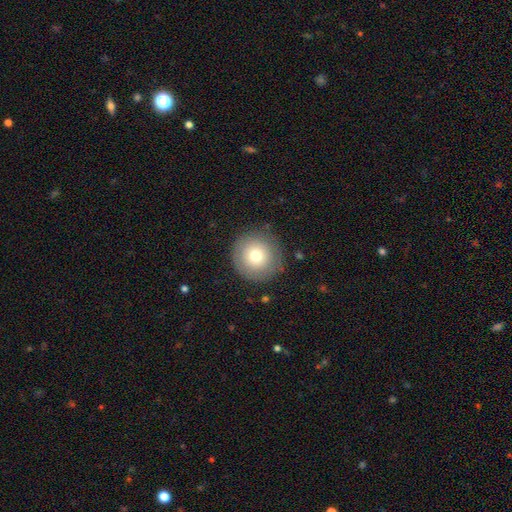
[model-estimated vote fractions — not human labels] Overall: smooth (74%). How rounded: round (95%). Merging: none (86%).